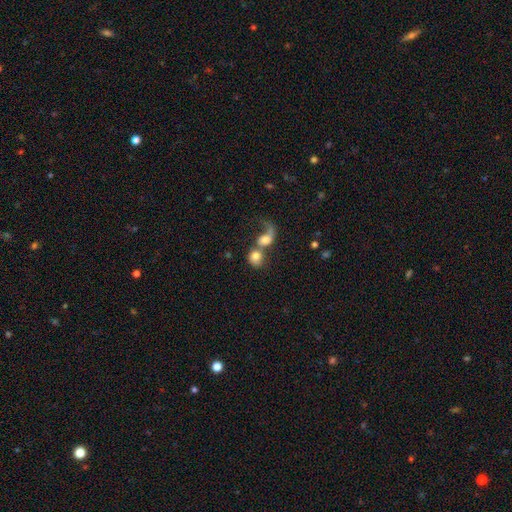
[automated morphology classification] This is likely a smooth galaxy (63%). How rounded: likely round (65%). Merging: likely merger (71%).